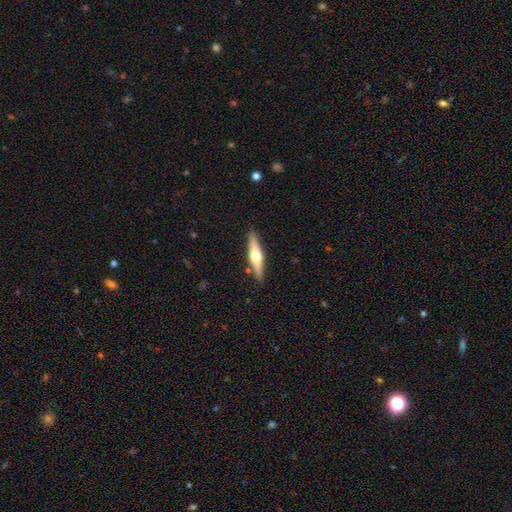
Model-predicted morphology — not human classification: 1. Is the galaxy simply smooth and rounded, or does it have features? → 62% featured or disk, 33% smooth, 5% star or artifact.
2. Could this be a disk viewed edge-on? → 96% yes, 4% no.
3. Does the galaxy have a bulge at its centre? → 94% rounded, 4% boxy, 3% none.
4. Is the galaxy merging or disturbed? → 88% none, 8% minor disturbance, 2% merger, 2% major disturbance.